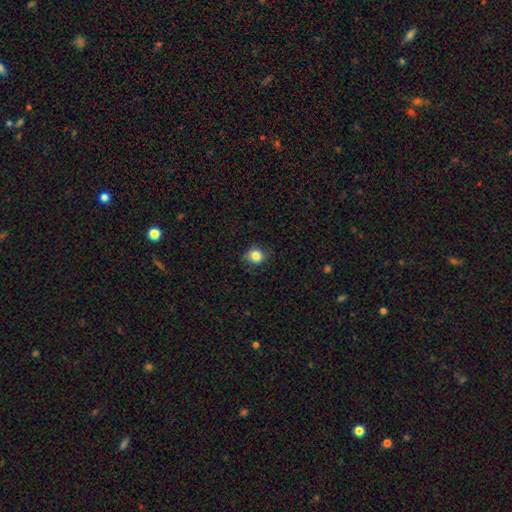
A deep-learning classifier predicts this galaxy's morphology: This appears to be a smooth galaxy with no disk features (85%) that is round (79%). Merging: none (82%).